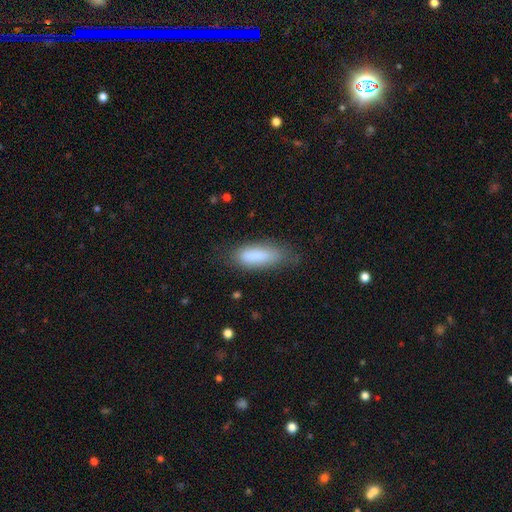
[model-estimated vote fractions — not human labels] Smooth or featured? smooth (83%)
How rounded? in between (62%)
Merging? none (69%)